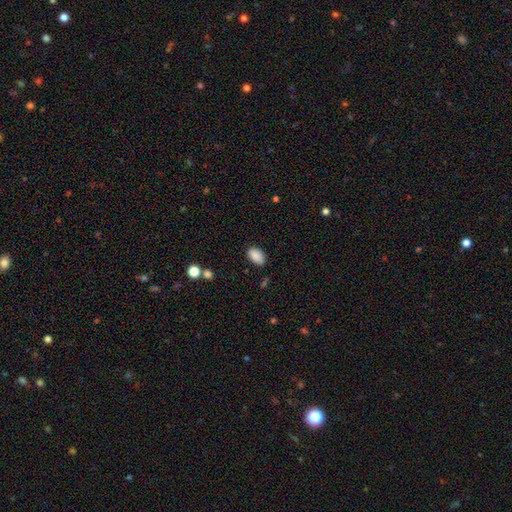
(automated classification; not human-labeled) Smooth or featured?
  - smooth: 88% *
  - star or artifact: 8%
  - featured or disk: 4%
How rounded?
  - in between: 93% *
  - round: 5%
  - cigar-shaped: 2%
Merging?
  - none: 81% *
  - minor disturbance: 14%
  - major disturbance: 3%
  - merger: 2%